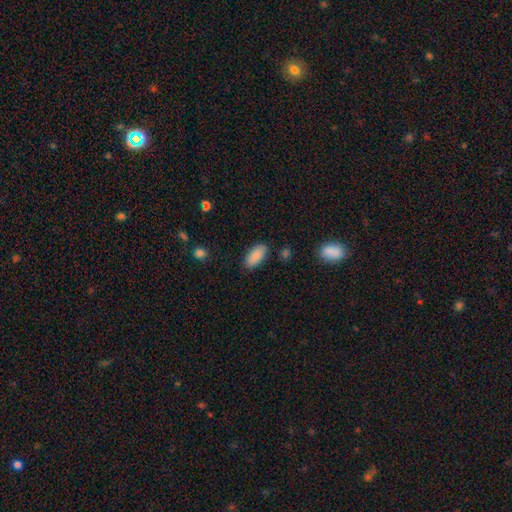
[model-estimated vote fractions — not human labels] smooth 88%, star or artifact 7%, featured or disk 6%. Down the decision tree: how rounded — in between (88%); merging — none (85%).